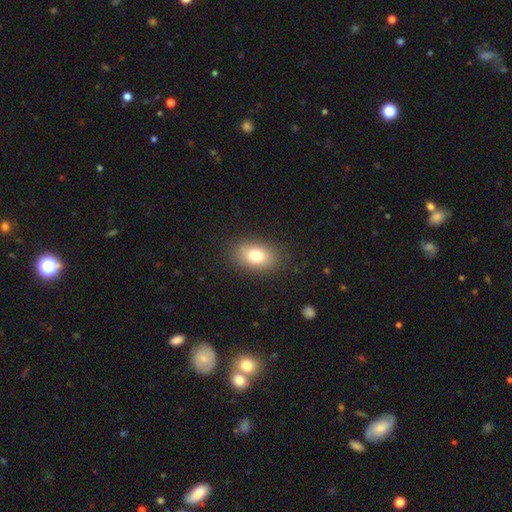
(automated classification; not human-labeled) Smooth or featured? Predicted: smooth (p=0.78). How rounded? Predicted: in between (p=0.83). Merging? Predicted: none (p=0.85).